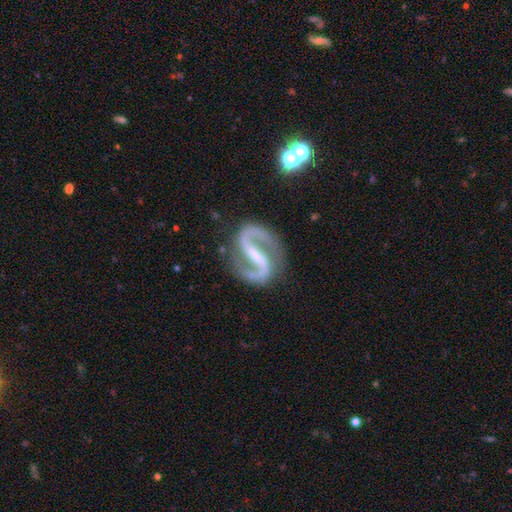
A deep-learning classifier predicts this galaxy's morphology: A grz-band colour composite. It shows a featured or disk galaxy (93%) with a strong bar (67%), 2 (95%) medium (60%) spiral arms (98%) and a small central bulge (56%). Merging: none (84%).